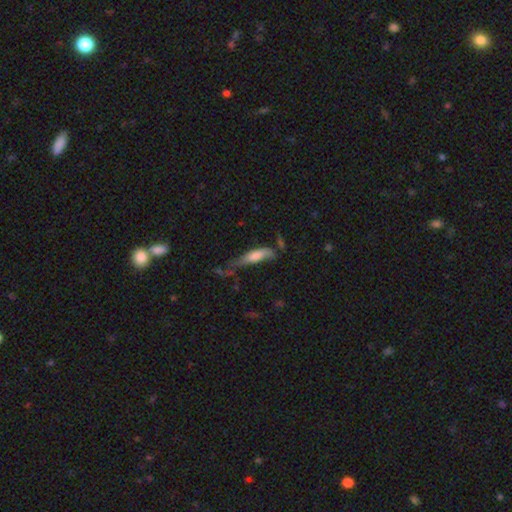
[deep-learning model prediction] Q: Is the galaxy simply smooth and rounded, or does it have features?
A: smooth — 63%.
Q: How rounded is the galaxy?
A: cigar-shaped — 62%.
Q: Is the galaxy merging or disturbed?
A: none — 33%.